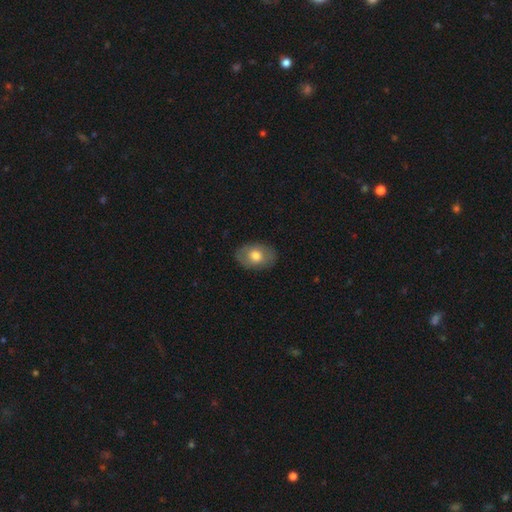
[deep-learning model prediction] smooth-or-featured: smooth: 68% | featured or disk: 25% | star or artifact: 7%
  how-rounded: in between: 78% | round: 21% | cigar-shaped: 1%
  merging: none: 84% | minor disturbance: 12% | major disturbance: 3% | merger: 1%